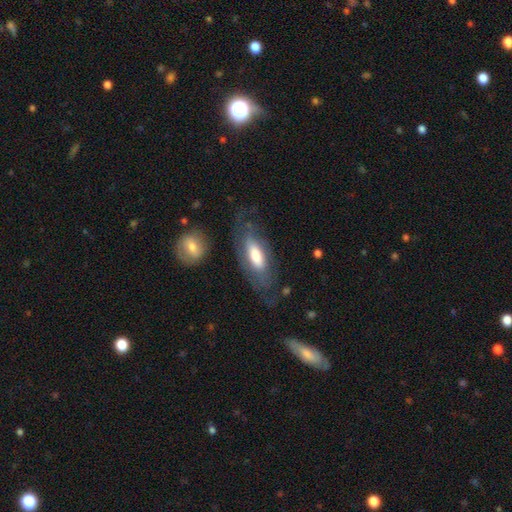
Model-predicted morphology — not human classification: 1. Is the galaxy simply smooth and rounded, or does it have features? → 49% featured or disk, 45% smooth, 6% star or artifact.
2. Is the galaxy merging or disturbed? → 61% none, 19% minor disturbance, 16% major disturbance, 3% merger.